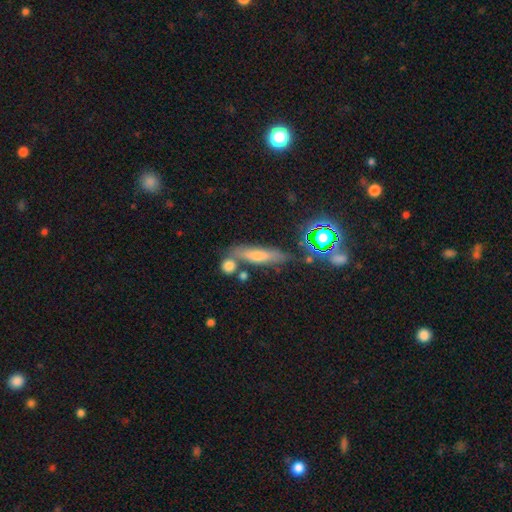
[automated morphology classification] The model was most divided on "smooth or featured": smooth: 54%, featured or disk: 27%, star or artifact: 19%. More confident: how rounded — cigar-shaped (67%); merging — none (64%).